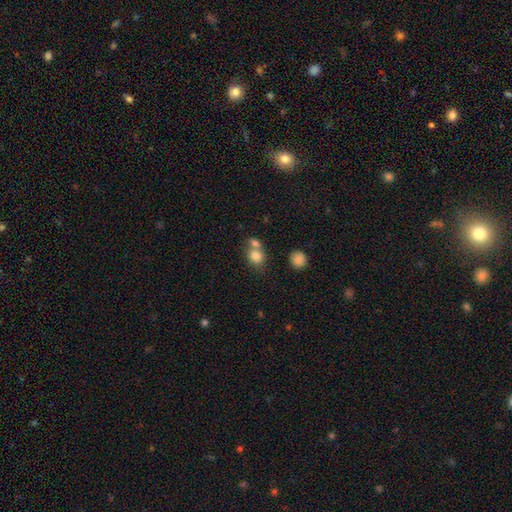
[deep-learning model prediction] Smooth or featured?
  - smooth: 80% *
  - star or artifact: 10%
  - featured or disk: 10%
How rounded?
  - round: 64% *
  - in between: 35%
  - cigar-shaped: 1%
Merging?
  - merger: 45% *
  - none: 43%
  - minor disturbance: 9%
  - major disturbance: 4%